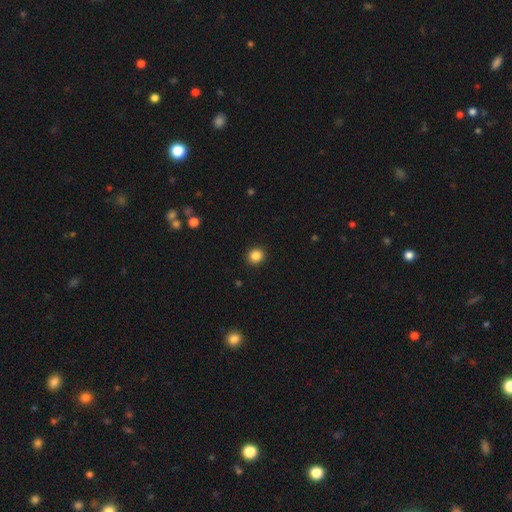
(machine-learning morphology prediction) Smooth or featured?
  - smooth: 85% *
  - star or artifact: 11%
  - featured or disk: 4%
How rounded?
  - round: 91% *
  - in between: 8%
  - cigar-shaped: 1%
Merging?
  - none: 92% *
  - minor disturbance: 5%
  - major disturbance: 2%
  - merger: 1%